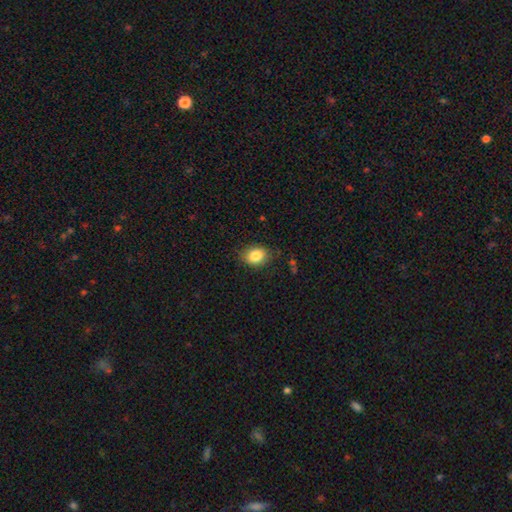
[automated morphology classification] This appears to be a smooth galaxy with no disk features (84%) that is in between round and cigar-shaped (64%). Merging: none (82%).